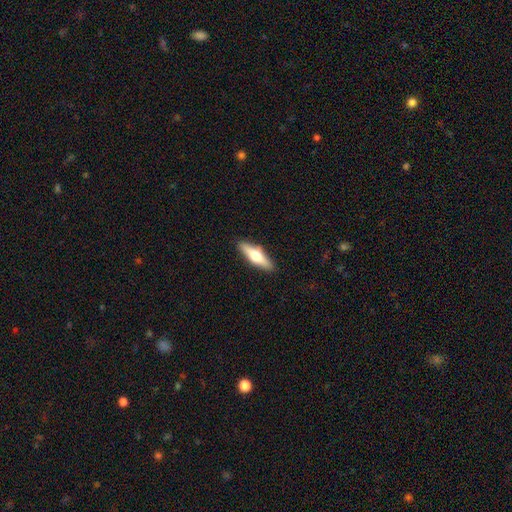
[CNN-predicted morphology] Q: Smooth or featured?
A: smooth (48%); runner-up: featured or disk (46%)
Q: Merging?
A: none (90%); runner-up: minor disturbance (8%)